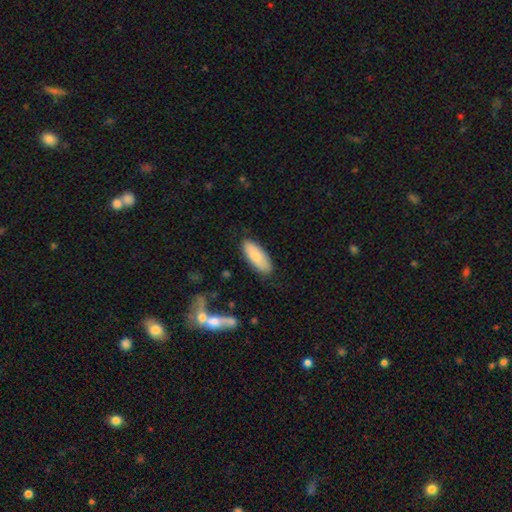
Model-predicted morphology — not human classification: Smooth or featured? Predicted: smooth (p=0.79). How rounded? Predicted: in between (p=0.75). Merging? Predicted: none (p=0.84).